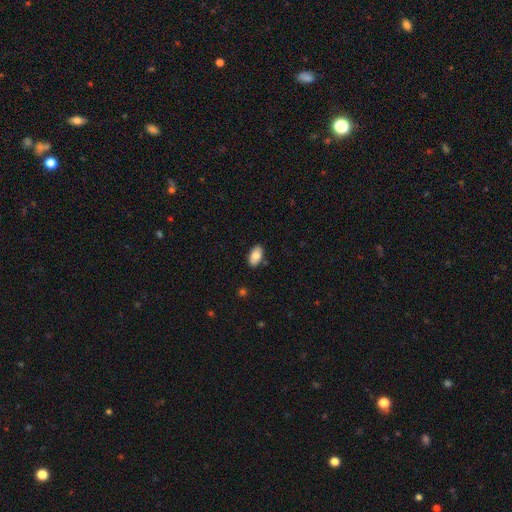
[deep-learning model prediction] This appears to be a smooth galaxy with no disk features (81%) that is in between round and cigar-shaped (94%). Merging: none (84%).